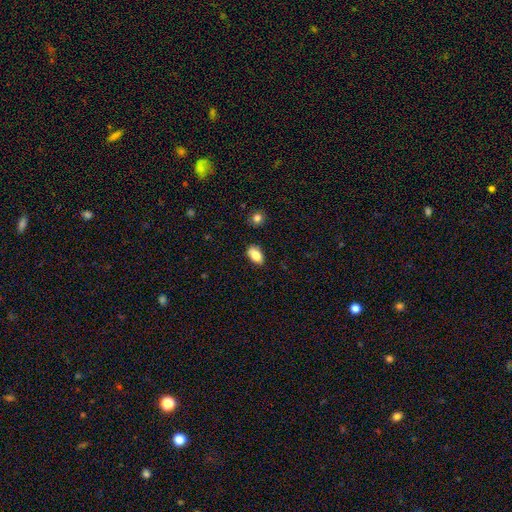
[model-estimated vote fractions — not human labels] This appears to be a smooth galaxy with no disk features (82%) that is in between round and cigar-shaped (91%). Merging: none (82%).